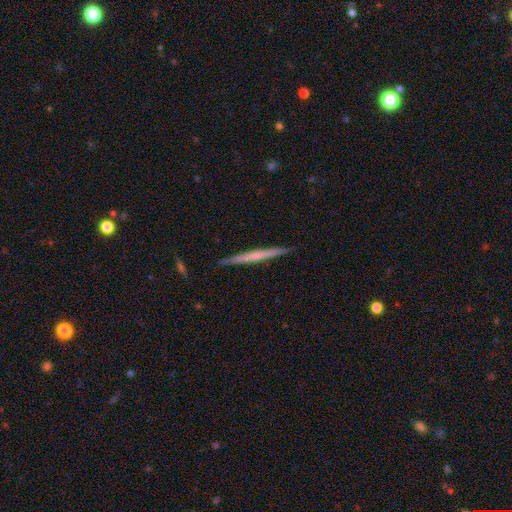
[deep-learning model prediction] Overall: featured or disk (56%; smooth 39%). Edge-on disk: yes (98%). Edge-on bulge: none (73%). Merging: none (92%).